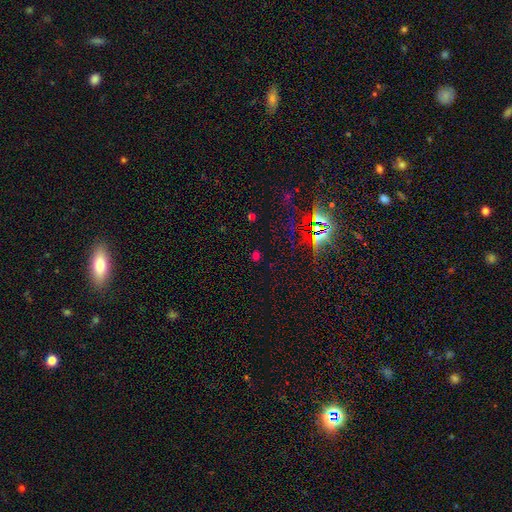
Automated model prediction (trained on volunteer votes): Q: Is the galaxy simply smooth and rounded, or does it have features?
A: star or artifact — 56%.